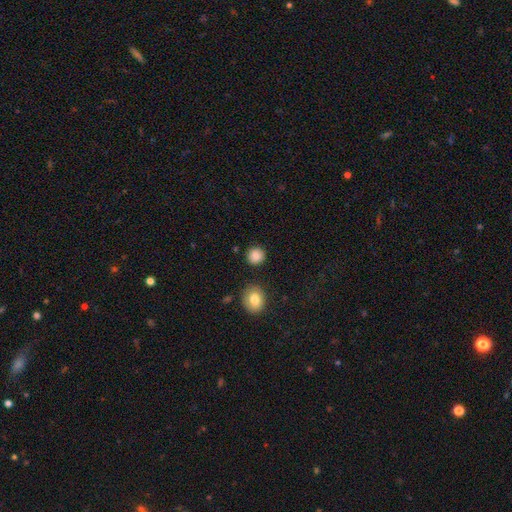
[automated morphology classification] Smooth or featured? smooth (86%)
How rounded? round (91%)
Merging? none (87%)